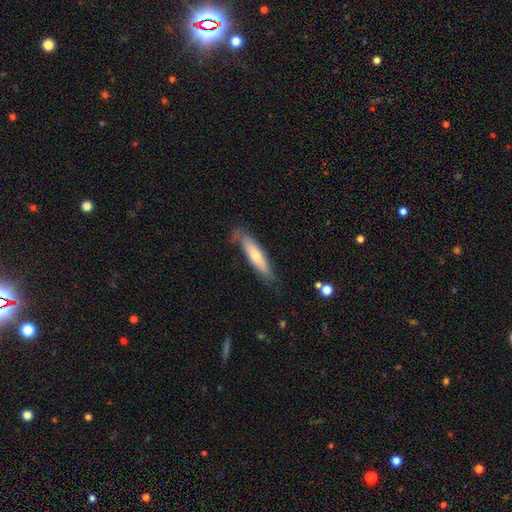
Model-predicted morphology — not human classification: smooth-or-featured: smooth: 62% | featured or disk: 32% | star or artifact: 6%
  how-rounded: cigar-shaped: 78% | in between: 21% | round: 1%
  merging: none: 73% | minor disturbance: 20% | major disturbance: 5% | merger: 3%